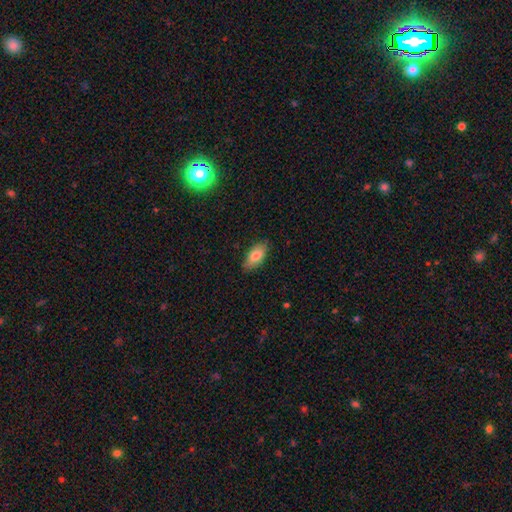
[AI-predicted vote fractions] Smooth or featured?
  - smooth: 80% *
  - featured or disk: 12%
  - star or artifact: 7%
How rounded?
  - in between: 89% *
  - cigar-shaped: 8%
  - round: 3%
Merging?
  - none: 82% *
  - minor disturbance: 15%
  - major disturbance: 2%
  - merger: 1%